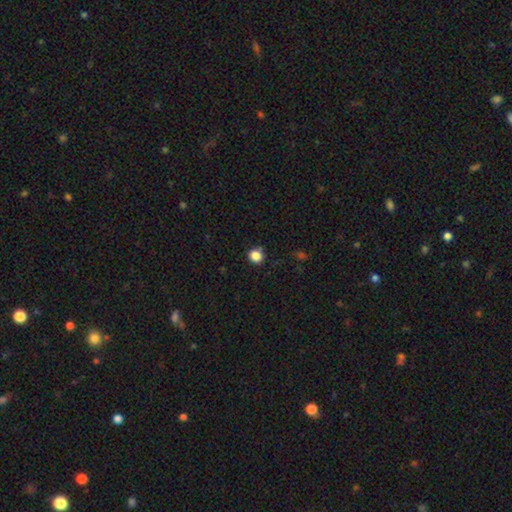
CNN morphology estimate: type=smooth (85%); roundness=round (89%); merging=none (88%).